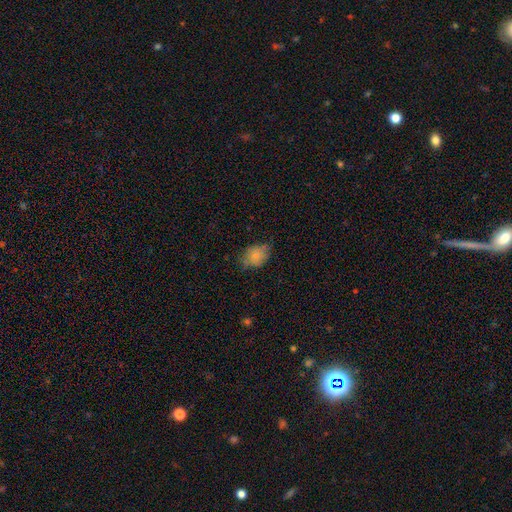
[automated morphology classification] Smooth or featured? Predicted: smooth (p=0.78). How rounded? Predicted: in between (p=0.61). Merging? Predicted: none (p=0.58).